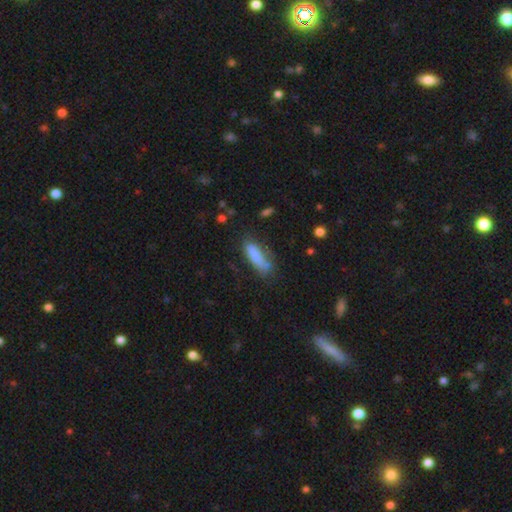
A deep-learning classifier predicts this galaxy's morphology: Smooth or featured? Predicted: smooth (p=0.80). How rounded? Predicted: cigar-shaped (p=0.51). Merging? Predicted: none (p=0.58).